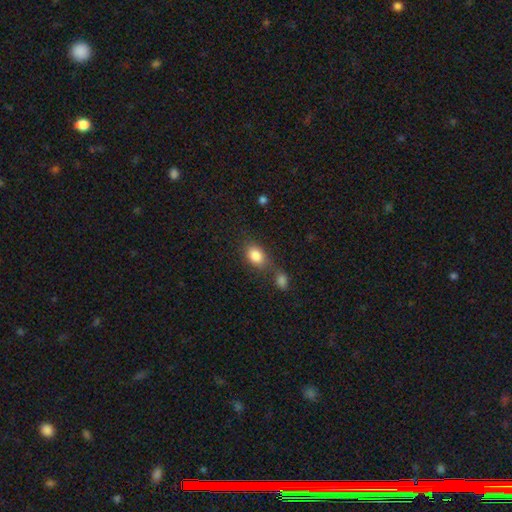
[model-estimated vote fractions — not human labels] Overall: smooth (85%). How rounded: in between (79%). Merging: none (54%; merger 25%).